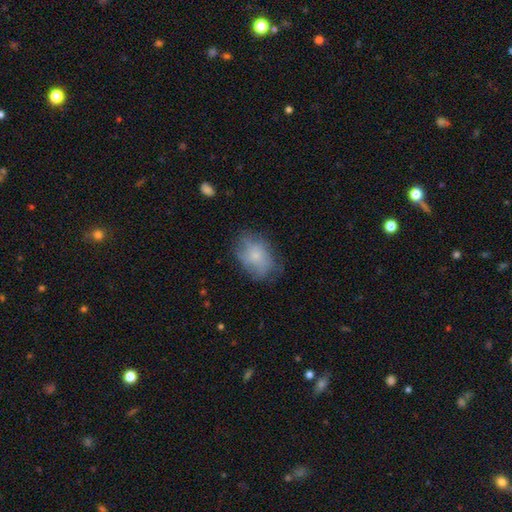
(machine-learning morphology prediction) A smooth galaxy with no disk features (65%) that is in between round and cigar-shaped (77%). Merging: none (61%).